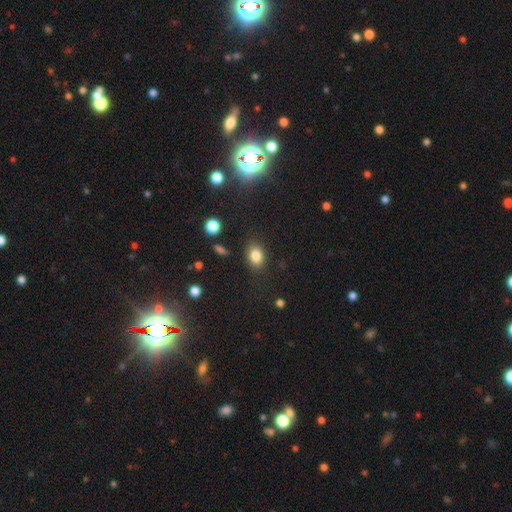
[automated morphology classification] Smooth or featured? Predicted: smooth (p=0.83). How rounded? Predicted: in between (p=0.72). Merging? Predicted: none (p=0.83).